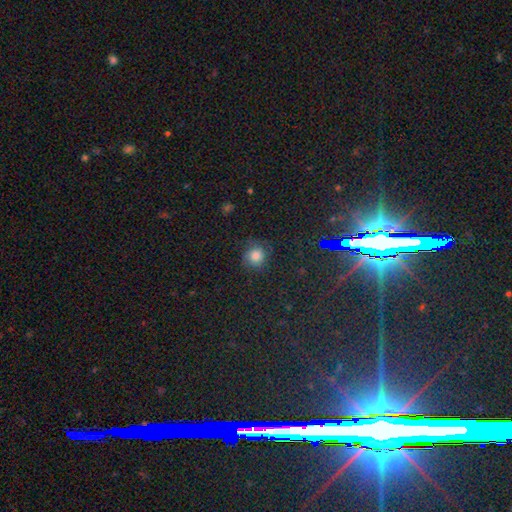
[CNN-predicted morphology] Smooth or featured?
  - smooth: 68% *
  - star or artifact: 17%
  - featured or disk: 15%
How rounded?
  - round: 87% *
  - in between: 12%
  - cigar-shaped: 1%
Merging?
  - none: 72% *
  - minor disturbance: 17%
  - major disturbance: 9%
  - merger: 2%